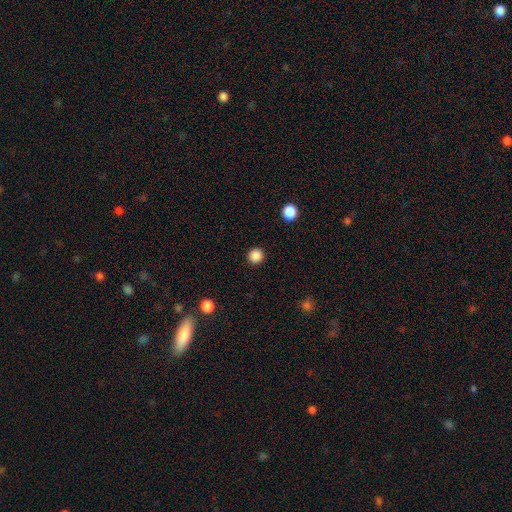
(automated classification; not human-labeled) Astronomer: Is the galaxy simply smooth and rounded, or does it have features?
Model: smooth — 87%.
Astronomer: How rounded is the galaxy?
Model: round — 95%.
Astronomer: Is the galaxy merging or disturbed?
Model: none — 92%.